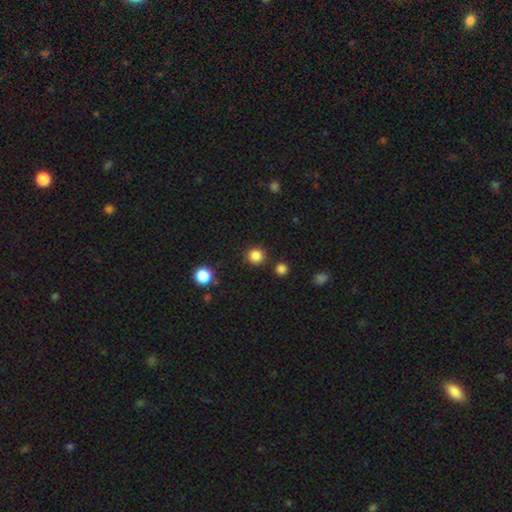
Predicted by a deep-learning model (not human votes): smooth 85%, star or artifact 12%, featured or disk 3%. Down the decision tree: how rounded — round (94%); merging — none (88%).